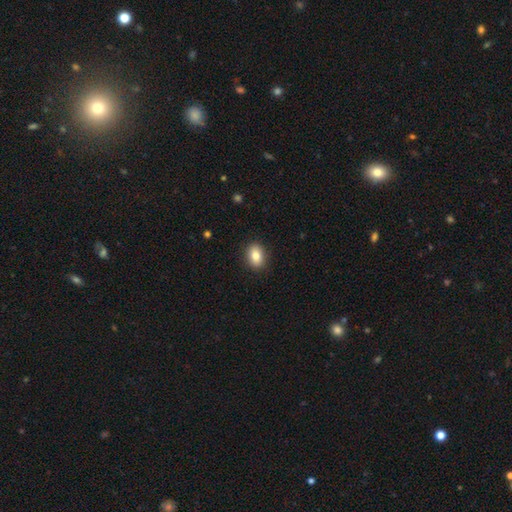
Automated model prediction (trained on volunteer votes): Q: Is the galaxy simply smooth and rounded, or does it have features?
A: smooth — 83%.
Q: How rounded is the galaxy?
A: in between — 72%.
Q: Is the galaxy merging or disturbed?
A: none — 89%.